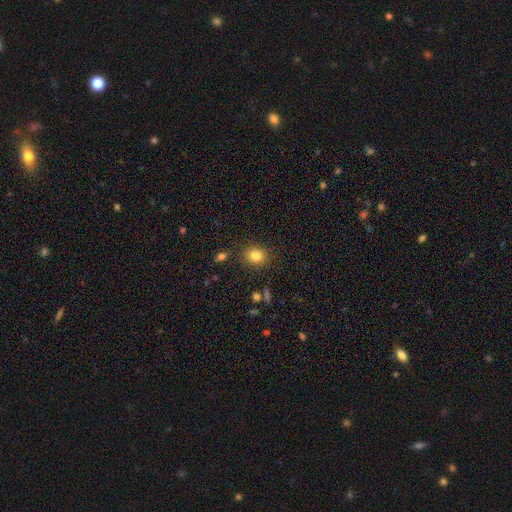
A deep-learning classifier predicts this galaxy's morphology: type=smooth (82%); roundness=round (66%); merging=none (86%).